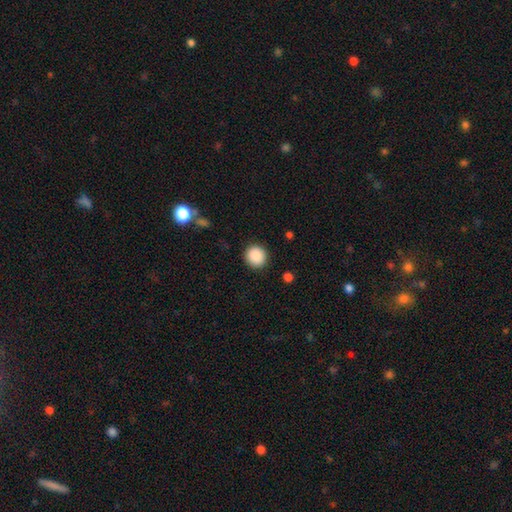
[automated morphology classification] Smooth or featured?
  - smooth: 89% *
  - star or artifact: 9%
  - featured or disk: 3%
How rounded?
  - round: 91% *
  - in between: 8%
  - cigar-shaped: 1%
Merging?
  - none: 91% *
  - minor disturbance: 6%
  - major disturbance: 2%
  - merger: 1%